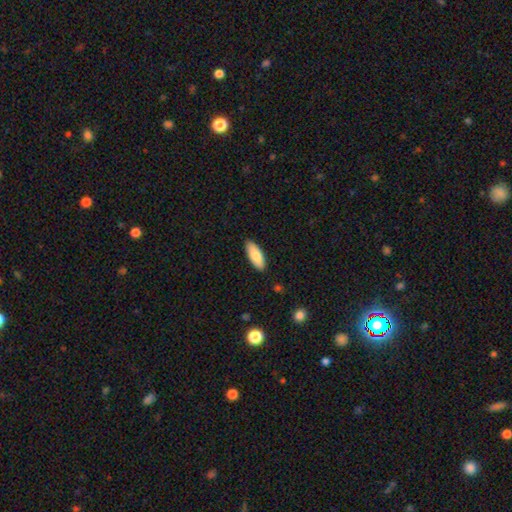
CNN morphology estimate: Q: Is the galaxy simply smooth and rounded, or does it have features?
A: smooth — 82%.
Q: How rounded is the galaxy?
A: in between — 75%.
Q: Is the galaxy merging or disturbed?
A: none — 88%.